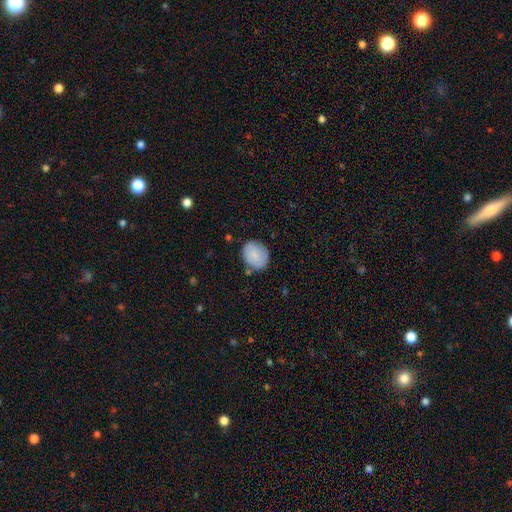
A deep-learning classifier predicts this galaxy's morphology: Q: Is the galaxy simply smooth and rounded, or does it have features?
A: smooth — 84%.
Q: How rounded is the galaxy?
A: round — 54%.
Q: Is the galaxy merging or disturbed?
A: none — 76%.